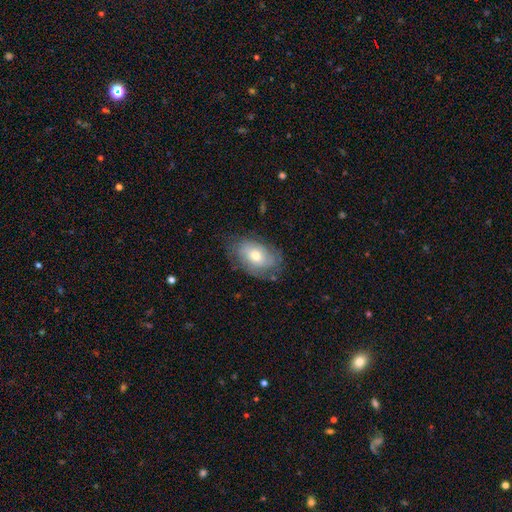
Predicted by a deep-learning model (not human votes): Smooth or featured: smooth — 47% (featured or disk — 45%)
Merging: none — 70% (minor disturbance — 21%)